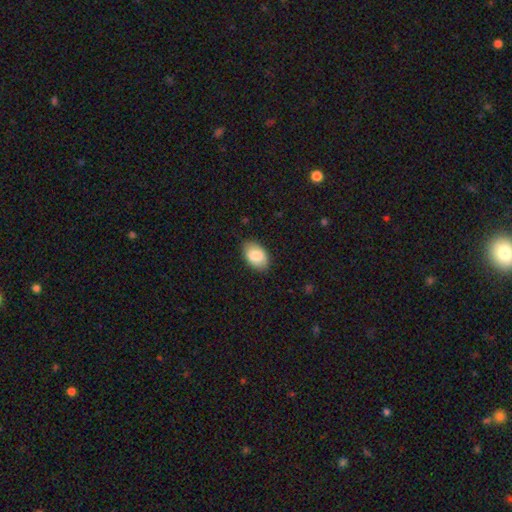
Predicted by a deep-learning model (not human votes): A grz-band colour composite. It shows a smooth galaxy with no disk features (84%) that is in between round and cigar-shaped (91%). Merging: none (83%).